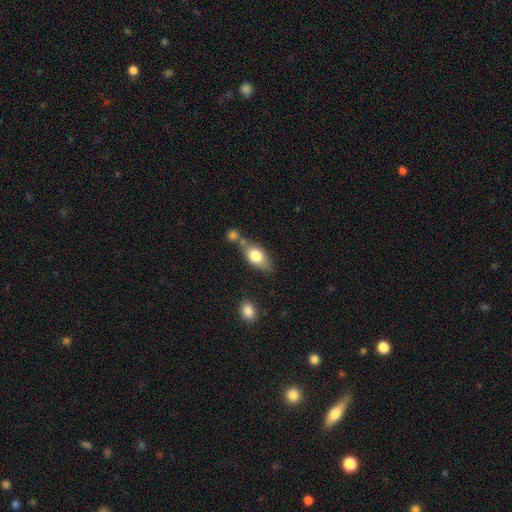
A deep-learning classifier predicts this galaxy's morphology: A smooth galaxy with no disk features (75%) that is in between round and cigar-shaped (84%).

Vote fractions:
- Smooth or featured? smooth: 75% / featured or disk: 18% / star or artifact: 7%
- How rounded? in between: 84% / round: 9% / cigar-shaped: 7%
- Merging? none: 53% / merger: 22% / minor disturbance: 19% / major disturbance: 6%